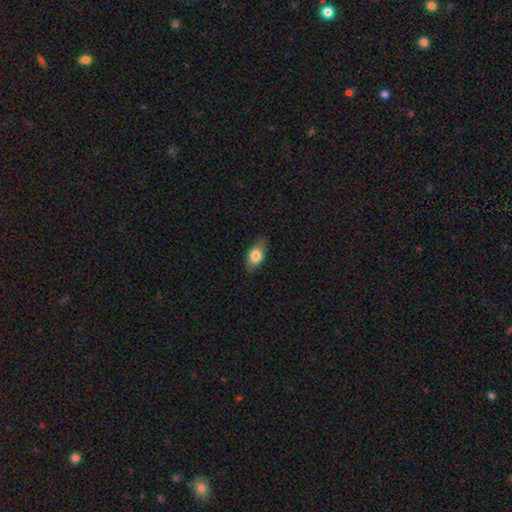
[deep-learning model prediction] Q: Smooth or featured?
A: smooth (73%); runner-up: featured or disk (20%)
Q: How rounded?
A: in between (84%); runner-up: cigar-shaped (8%)
Q: Merging?
A: none (83%); runner-up: minor disturbance (14%)